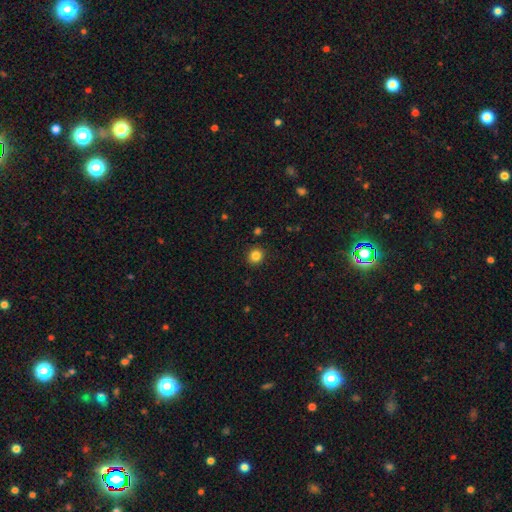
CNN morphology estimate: This is clearly a smooth galaxy (84%). How rounded: clearly round (91%). Merging: clearly none (92%).